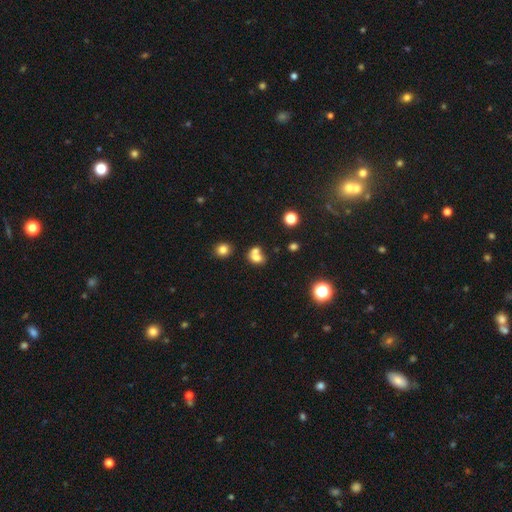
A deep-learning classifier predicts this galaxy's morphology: Smooth or featured?
  - smooth: 70% *
  - star or artifact: 15%
  - featured or disk: 15%
How rounded?
  - round: 55% *
  - in between: 43%
  - cigar-shaped: 1%
Merging?
  - merger: 58% *
  - none: 30%
  - minor disturbance: 8%
  - major disturbance: 5%